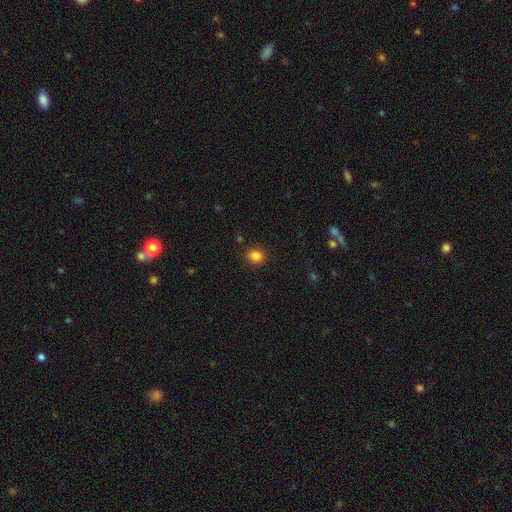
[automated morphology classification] A smooth galaxy with no disk features (84%) that is round (73%). Merging: none (89%).